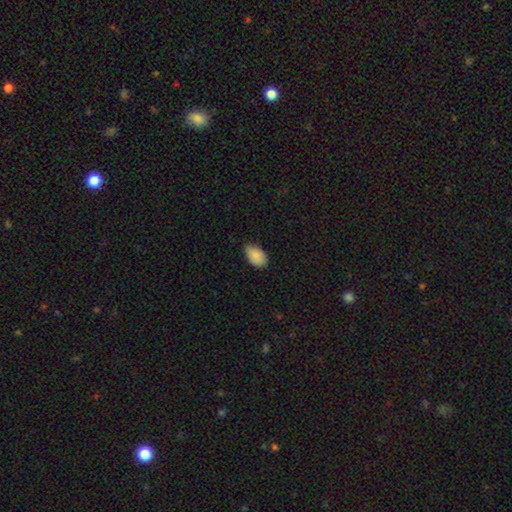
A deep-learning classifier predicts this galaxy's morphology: A smooth galaxy with no disk features (88%) that is in between round and cigar-shaped (91%).

Vote fractions:
- Smooth or featured? smooth: 88% / star or artifact: 7% / featured or disk: 5%
- How rounded? in between: 91% / round: 7% / cigar-shaped: 1%
- Merging? none: 74% / minor disturbance: 22% / major disturbance: 3% / merger: 1%